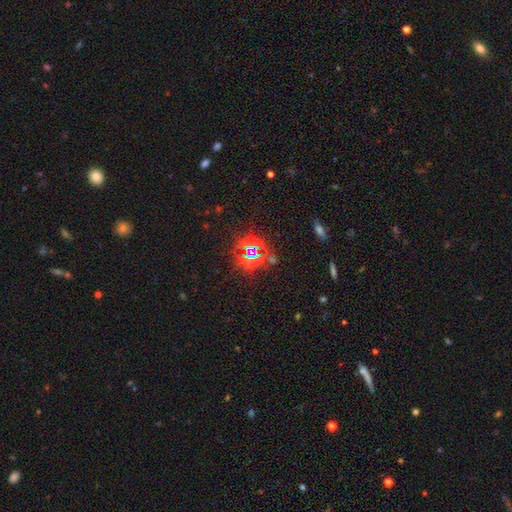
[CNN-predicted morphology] Smooth or featured?
  - star or artifact: 78% *
  - smooth: 14%
  - featured or disk: 9%